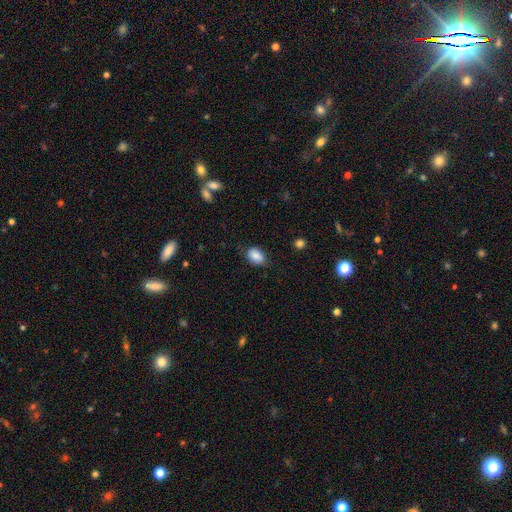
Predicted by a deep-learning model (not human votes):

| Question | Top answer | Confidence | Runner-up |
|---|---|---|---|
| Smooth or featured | smooth | 86% | star or artifact (8%) |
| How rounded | in between | 80% | round (18%) |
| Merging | none | 74% | minor disturbance (21%) |